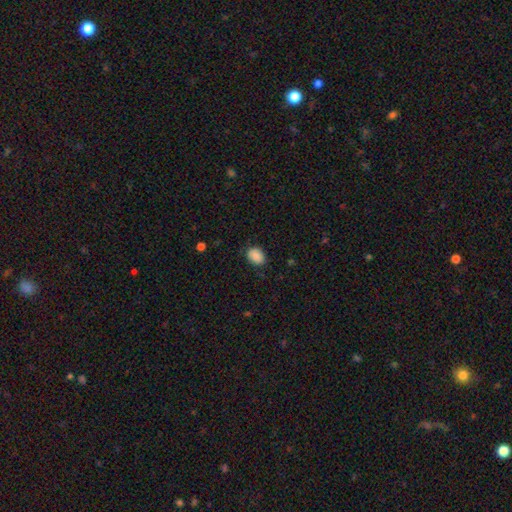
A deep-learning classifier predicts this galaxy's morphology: Smooth or featured?
  - smooth: 86% *
  - star or artifact: 8%
  - featured or disk: 6%
How rounded?
  - in between: 71% *
  - round: 28%
  - cigar-shaped: 1%
Merging?
  - none: 77% *
  - minor disturbance: 18%
  - major disturbance: 4%
  - merger: 1%